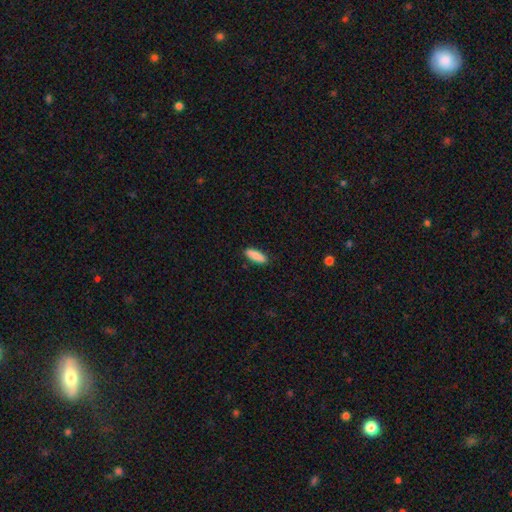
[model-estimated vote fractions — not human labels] Morphology: type=smooth (89%); roundness=in between (56%); merging=none (88%).